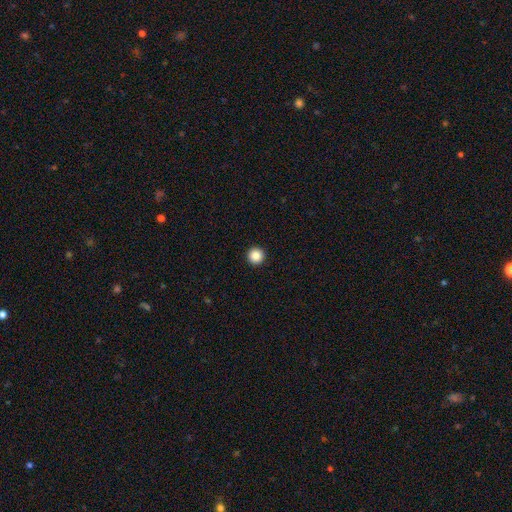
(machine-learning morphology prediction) This appears to be a smooth galaxy with no disk features (87%) that is round (97%). Merging: none (94%).